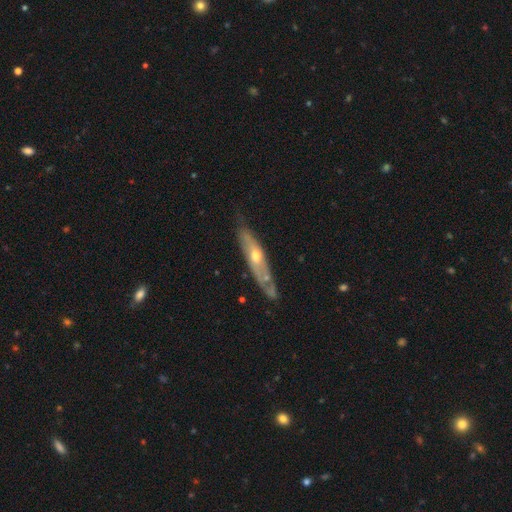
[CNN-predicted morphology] A featured or disk galaxy (60%) viewed edge-on (59%).

Vote fractions:
- Smooth or featured? featured or disk: 60% / smooth: 35% / star or artifact: 6%
- Edge-on disk? yes: 59% / no: 41%
- Merging? none: 67% / minor disturbance: 23% / major disturbance: 6% / merger: 4%